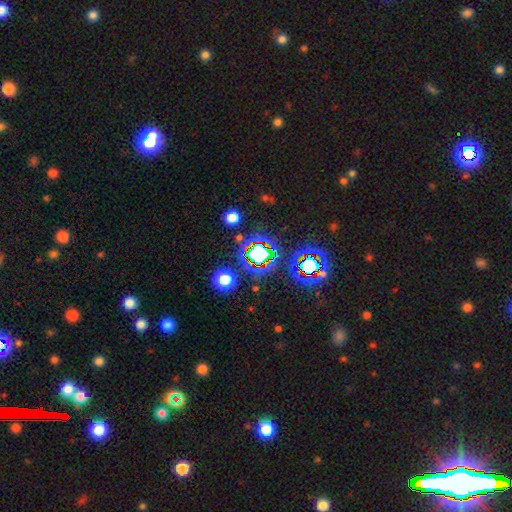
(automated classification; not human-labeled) Smooth or featured? star or artifact (69%)